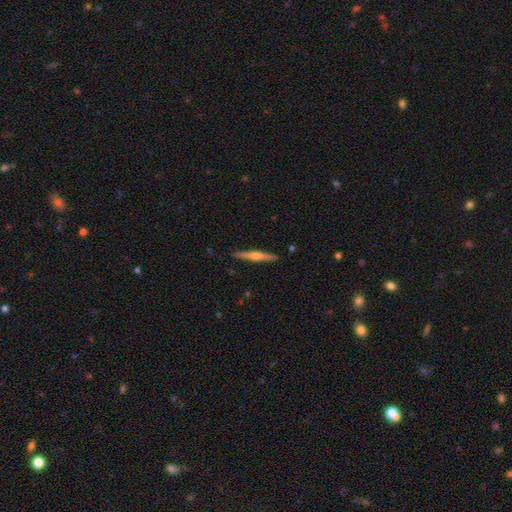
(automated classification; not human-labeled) smooth_or_featured: featured or disk (p=0.65) [alt: smooth p=0.29]
disk_edge_on: yes (p=0.98) [alt: no p=0.02]
edge_on_bulge: rounded (p=0.83) [alt: none p=0.11]
merging: none (p=0.91) [alt: minor disturbance p=0.06]